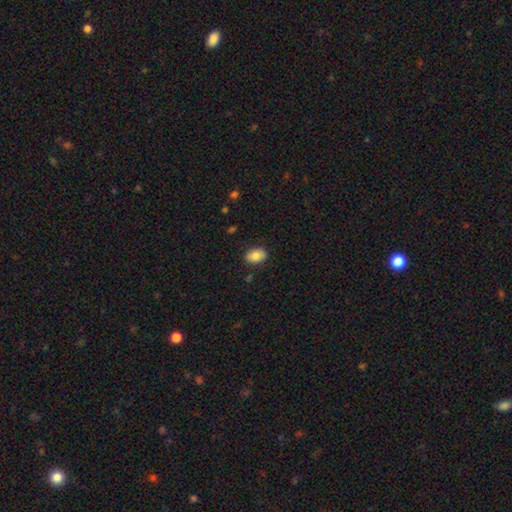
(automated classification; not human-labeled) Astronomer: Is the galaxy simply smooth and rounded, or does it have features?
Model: smooth — 81%.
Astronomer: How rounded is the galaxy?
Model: in between — 83%.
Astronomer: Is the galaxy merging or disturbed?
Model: none — 87%.